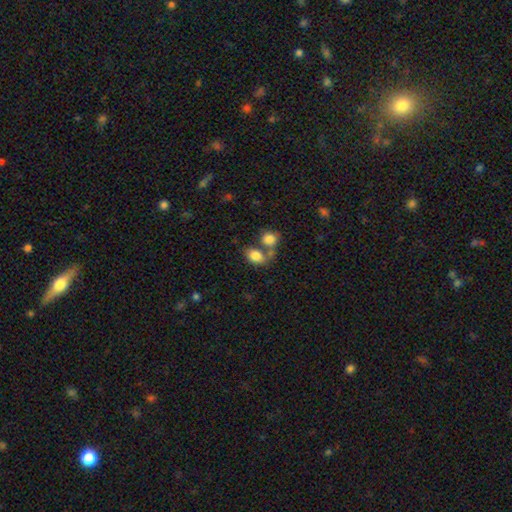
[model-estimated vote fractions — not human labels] This is clearly a smooth galaxy (82%). How rounded: likely in between (73%). Merging: possibly merger (45%).